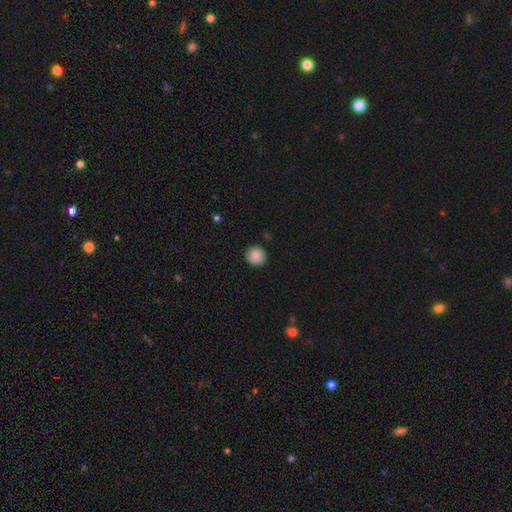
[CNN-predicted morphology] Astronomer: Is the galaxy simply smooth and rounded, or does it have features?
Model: smooth — 88%.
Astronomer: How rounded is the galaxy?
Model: round — 92%.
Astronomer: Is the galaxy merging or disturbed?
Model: none — 88%.